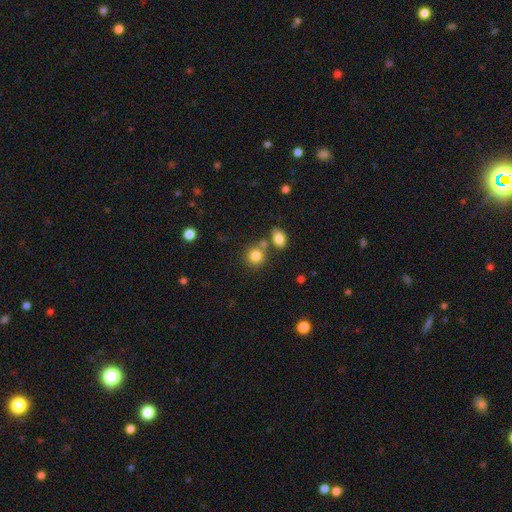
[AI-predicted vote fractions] Smooth or featured? smooth (83%)
How rounded? round (85%)
Merging? none (70%)